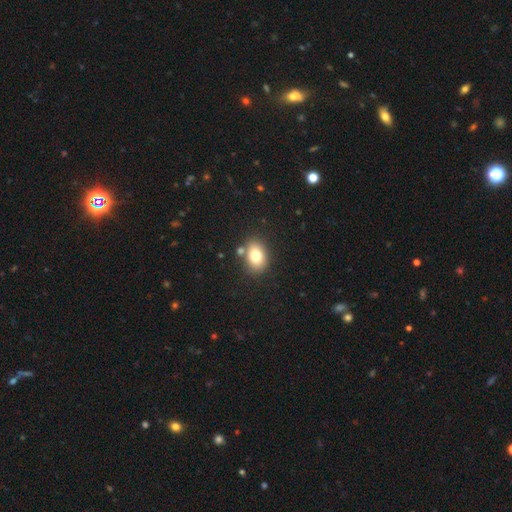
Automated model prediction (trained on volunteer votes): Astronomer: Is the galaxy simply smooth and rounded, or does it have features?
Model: smooth — 78%.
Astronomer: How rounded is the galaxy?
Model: in between — 72%.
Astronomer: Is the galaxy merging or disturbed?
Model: none — 76%.